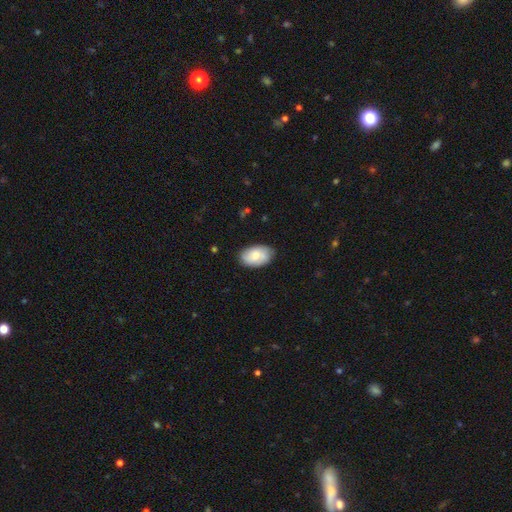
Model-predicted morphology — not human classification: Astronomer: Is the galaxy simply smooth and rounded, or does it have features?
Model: smooth — 70%.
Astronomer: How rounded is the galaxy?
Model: in between — 93%.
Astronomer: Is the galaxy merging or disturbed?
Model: none — 79%.